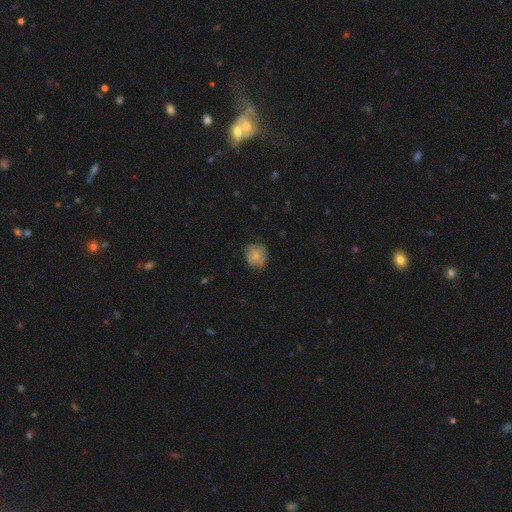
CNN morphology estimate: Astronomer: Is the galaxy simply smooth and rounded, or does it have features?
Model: smooth — 67%.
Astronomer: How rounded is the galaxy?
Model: round — 70%.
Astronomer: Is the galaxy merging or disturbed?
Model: none — 61%.